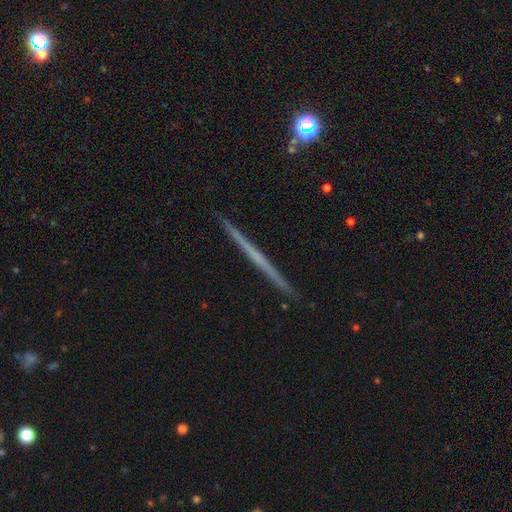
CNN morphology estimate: The model was most divided on "smooth or featured": featured or disk: 62%, smooth: 31%, star or artifact: 7%. More confident: edge-on disk — yes (98%); merging — none (93%); edge-on bulge — none (89%).